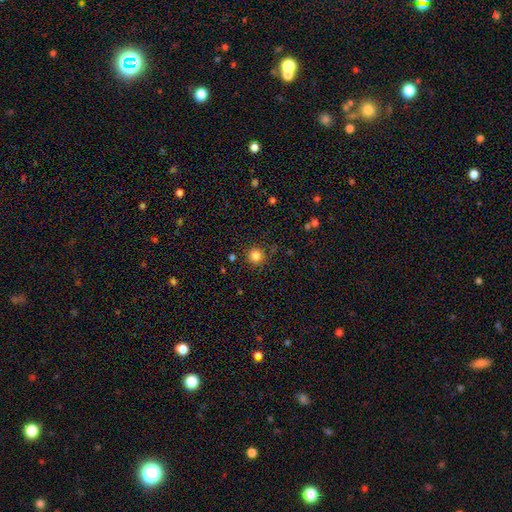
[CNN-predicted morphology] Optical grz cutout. It shows a smooth galaxy with no disk features (83%) that is round (95%). Merging: none (88%).